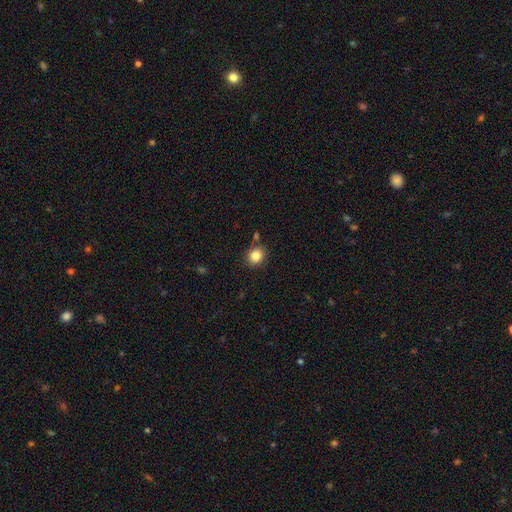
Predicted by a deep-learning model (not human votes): smooth_or_featured: smooth (p=0.84) [alt: star or artifact p=0.10]
how_rounded: round (p=0.73) [alt: in between p=0.26]
merging: none (p=0.83) [alt: minor disturbance p=0.10]